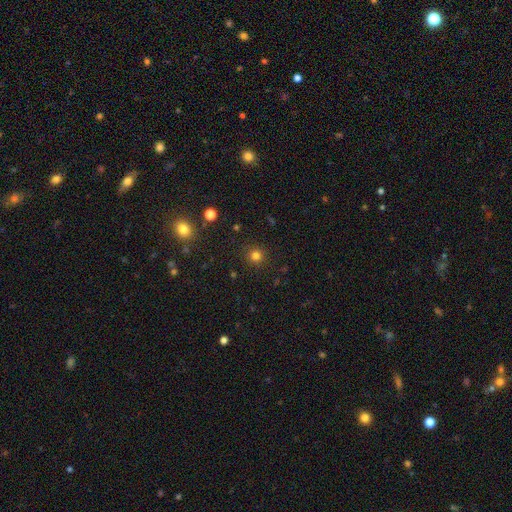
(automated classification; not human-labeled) This is likely a smooth galaxy (78%). How rounded: clearly round (94%). Merging: clearly none (90%).